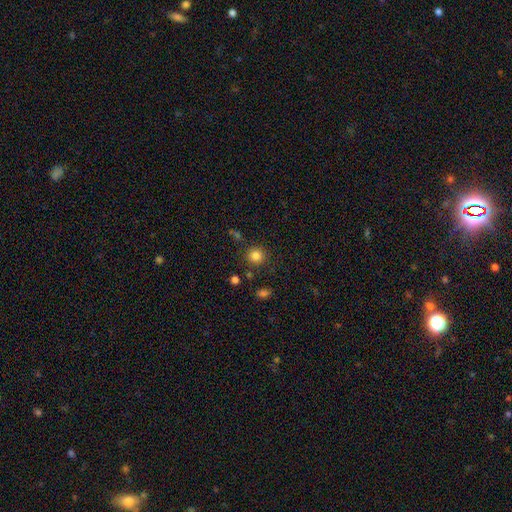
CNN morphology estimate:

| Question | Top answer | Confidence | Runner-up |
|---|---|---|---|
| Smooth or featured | smooth | 84% | star or artifact (12%) |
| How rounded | round | 91% | in between (8%) |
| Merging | none | 85% | minor disturbance (8%) |